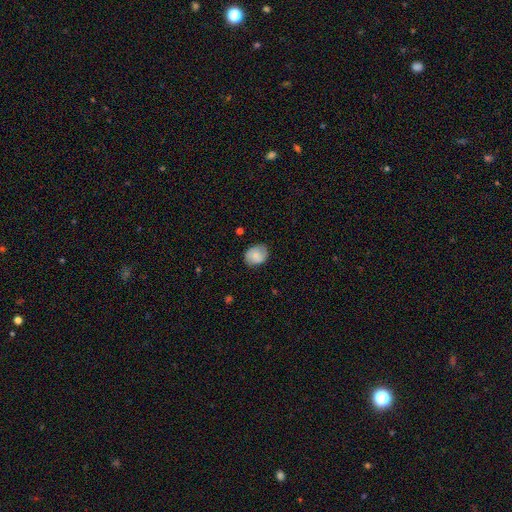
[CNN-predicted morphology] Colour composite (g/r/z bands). It shows a smooth galaxy with no disk features (71%) that is in between round and cigar-shaped (50%). Merging: none (76%).